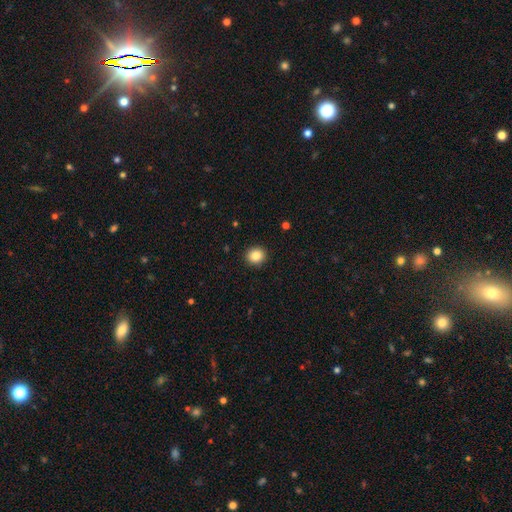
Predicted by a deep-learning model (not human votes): Q: Smooth or featured?
A: smooth (85%); runner-up: star or artifact (10%)
Q: How rounded?
A: round (86%); runner-up: in between (13%)
Q: Merging?
A: none (92%); runner-up: minor disturbance (5%)